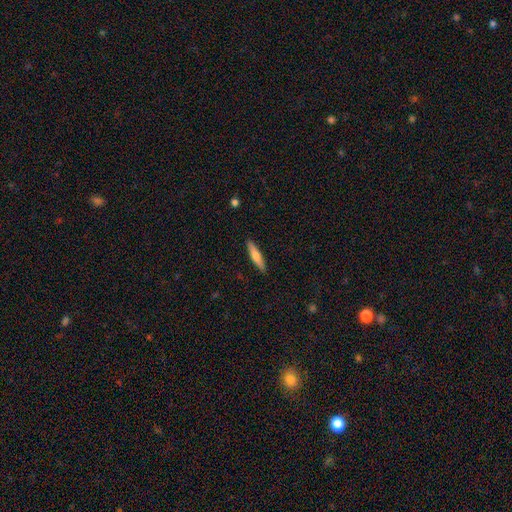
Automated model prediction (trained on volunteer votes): Smooth or featured? Predicted: smooth (p=0.63). How rounded? Predicted: cigar-shaped (p=0.85). Merging? Predicted: none (p=0.90).